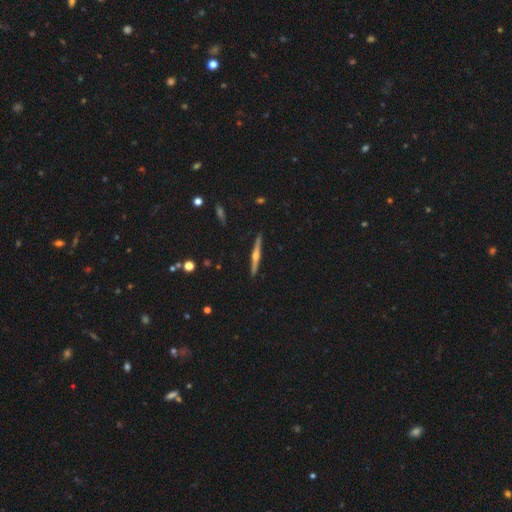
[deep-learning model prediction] Smooth or featured: featured or disk — 77% (smooth — 17%)
Edge-on disk: yes — 98% (no — 2%)
Edge-on bulge: rounded — 92% (none — 4%)
Merging: none — 92% (minor disturbance — 6%)